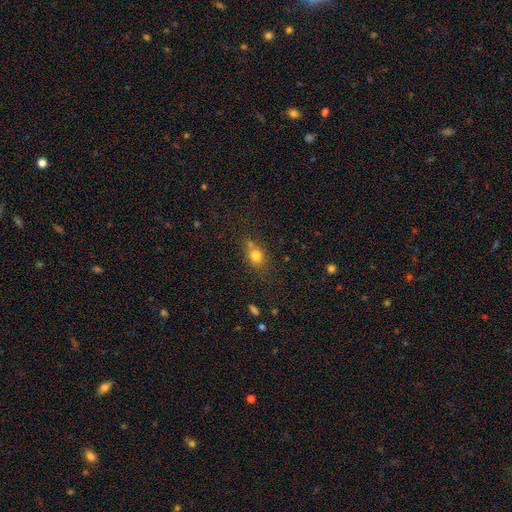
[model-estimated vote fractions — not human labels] smooth-or-featured: smooth: 78% | star or artifact: 13% | featured or disk: 10%
  how-rounded: round: 54% | in between: 44% | cigar-shaped: 2%
  merging: none: 59% | merger: 18% | minor disturbance: 17% | major disturbance: 6%